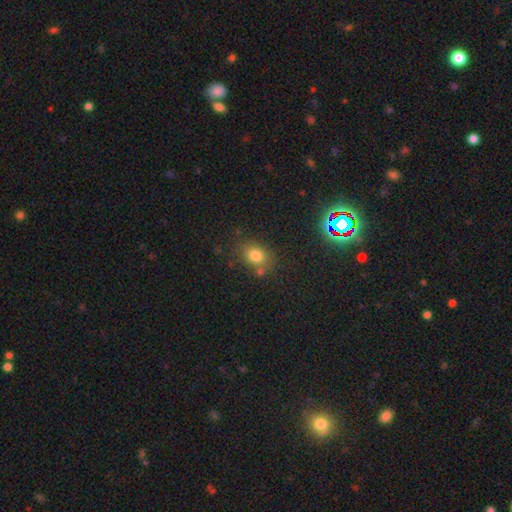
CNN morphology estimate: A smooth galaxy with no disk features (77%) that is in between round and cigar-shaped (58%).

Vote fractions:
- Smooth or featured? smooth: 77% / star or artifact: 14% / featured or disk: 9%
- How rounded? in between: 58% / round: 41% / cigar-shaped: 1%
- Merging? none: 71% / minor disturbance: 14% / merger: 10% / major disturbance: 4%